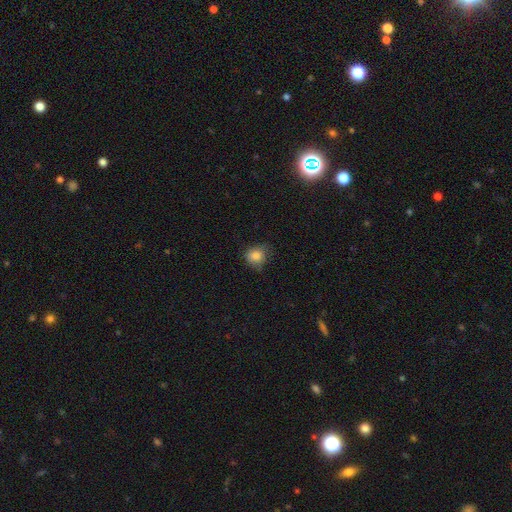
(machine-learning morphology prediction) Smooth or featured: smooth — 84% (star or artifact — 10%)
How rounded: round — 70% (in between — 29%)
Merging: none — 58% (minor disturbance — 31%)